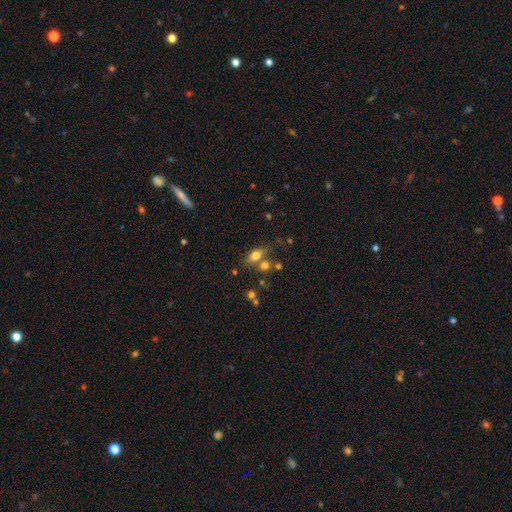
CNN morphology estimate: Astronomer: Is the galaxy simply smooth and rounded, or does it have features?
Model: smooth — 73%.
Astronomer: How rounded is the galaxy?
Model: in between — 76%.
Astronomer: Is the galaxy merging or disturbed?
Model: none — 56%.